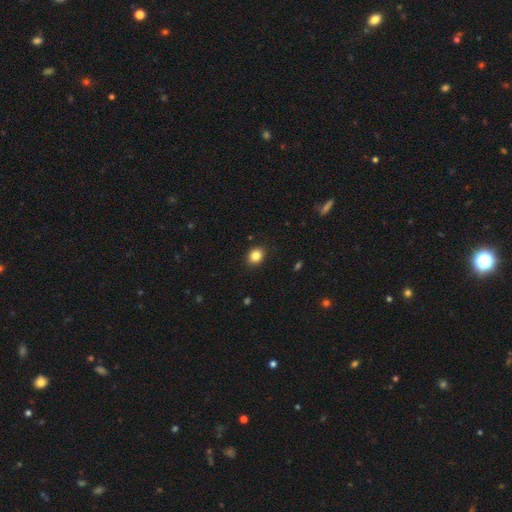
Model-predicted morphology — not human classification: type=smooth (84%); roundness=round (59%); merging=none (90%).